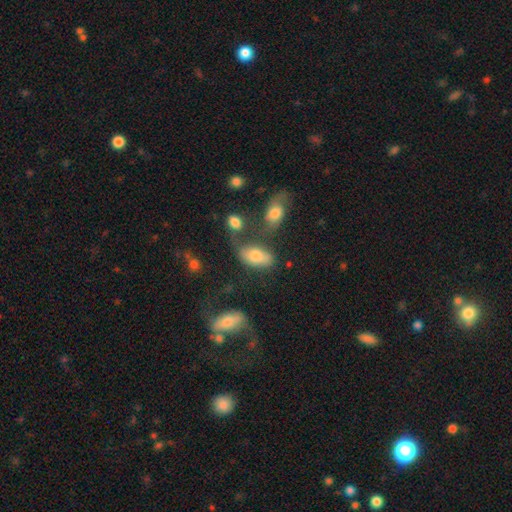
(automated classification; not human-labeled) The model was most divided on "merging": none: 43%, merger: 22%, minor disturbance: 21%, major disturbance: 13%. More confident: how rounded — in between (91%); smooth or featured — smooth (73%).